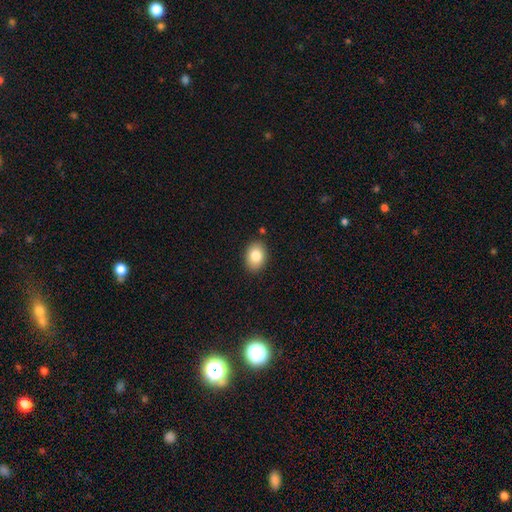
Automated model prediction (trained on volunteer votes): smooth_or_featured: smooth (p=0.82) [alt: featured or disk p=0.10]
how_rounded: in between (p=0.72) [alt: round p=0.27]
merging: none (p=0.88) [alt: minor disturbance p=0.09]